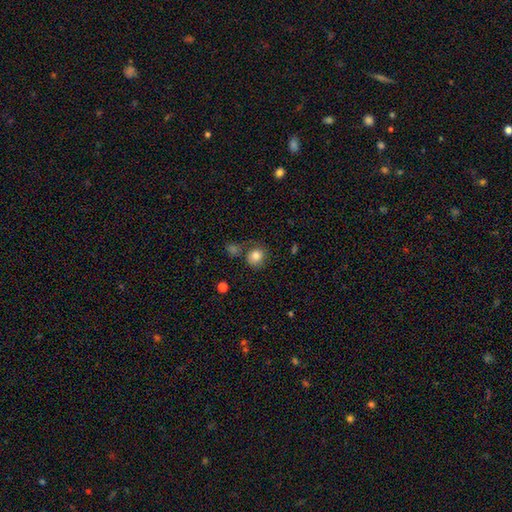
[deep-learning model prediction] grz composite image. It shows a smooth galaxy with no disk features (81%) that is round (84%). Merging: none (64%).